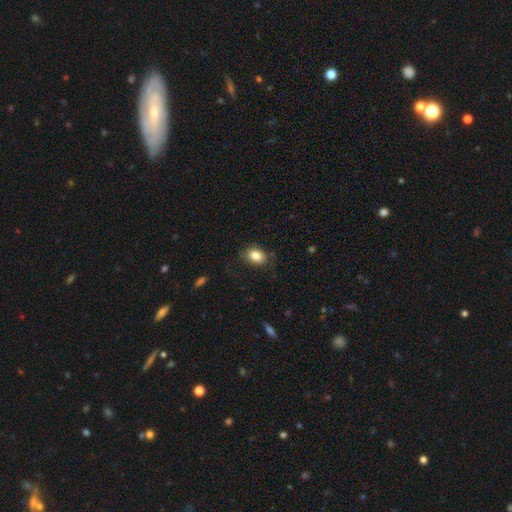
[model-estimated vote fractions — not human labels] Smooth or featured: smooth — 84% (star or artifact — 8%)
How rounded: in between — 77% (round — 22%)
Merging: none — 77% (minor disturbance — 17%)